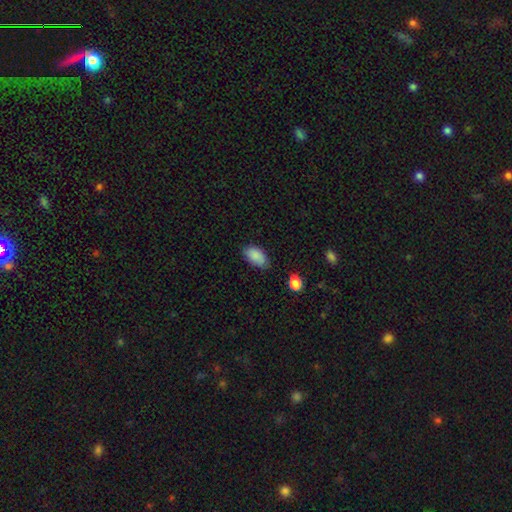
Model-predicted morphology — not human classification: Smooth or featured? smooth (87%)
How rounded? in between (93%)
Merging? none (72%)